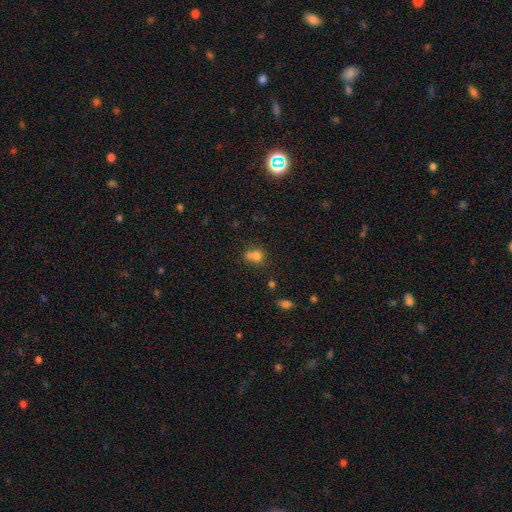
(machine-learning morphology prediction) A smooth galaxy with no disk features (74%) that is round (62%).

Vote fractions:
- Smooth or featured? smooth: 74% / star or artifact: 14% / featured or disk: 13%
- How rounded? round: 62% / in between: 37% / cigar-shaped: 1%
- Merging? merger: 46% / none: 34% / minor disturbance: 13% / major disturbance: 7%